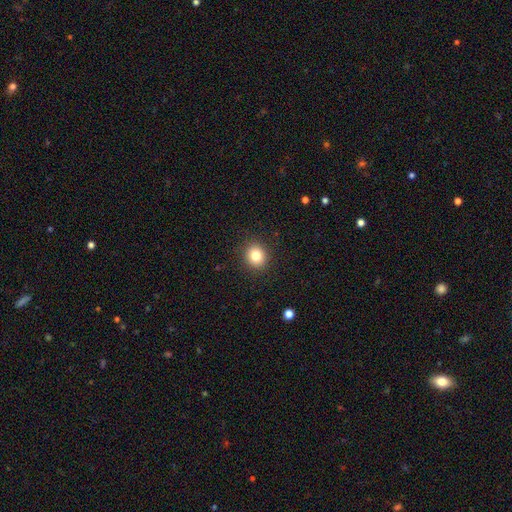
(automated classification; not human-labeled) This is clearly a smooth galaxy (81%). How rounded: clearly round (83%). Merging: clearly none (91%).